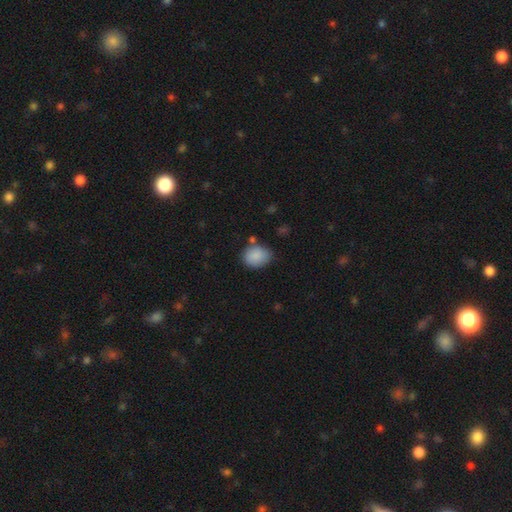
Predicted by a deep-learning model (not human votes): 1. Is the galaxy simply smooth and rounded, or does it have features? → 87% smooth, 7% star or artifact, 5% featured or disk.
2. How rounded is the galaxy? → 52% in between, 47% round, 1% cigar-shaped.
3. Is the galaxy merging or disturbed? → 68% none, 21% minor disturbance, 6% merger, 5% major disturbance.